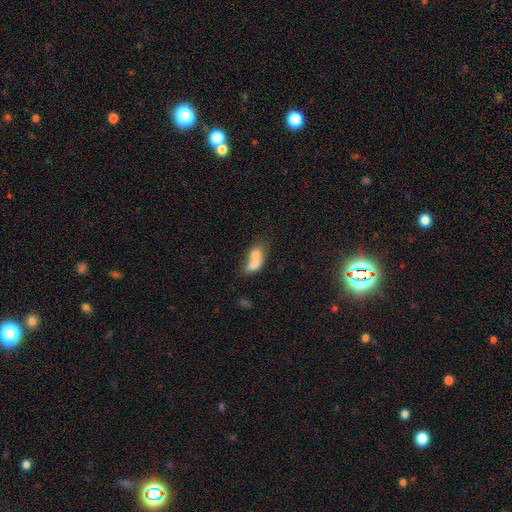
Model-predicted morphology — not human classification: Overall: smooth (69%). How rounded: in between (69%). Merging: merger (74%).